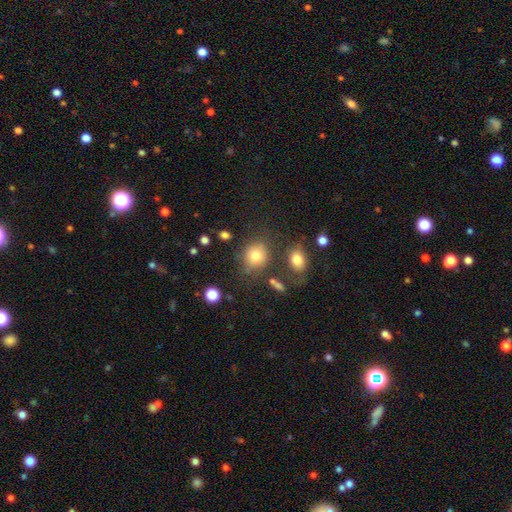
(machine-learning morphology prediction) The model was most divided on "how rounded": round: 69%, in between: 30%, cigar-shaped: 1%. More confident: smooth or featured — smooth (79%); merging — none (69%).